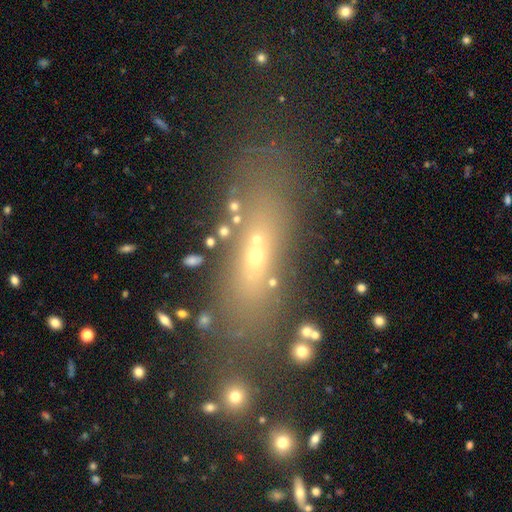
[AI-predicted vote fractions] Smooth or featured: smooth — 48% (star or artifact — 26%)
Merging: none — 63% (minor disturbance — 15%)